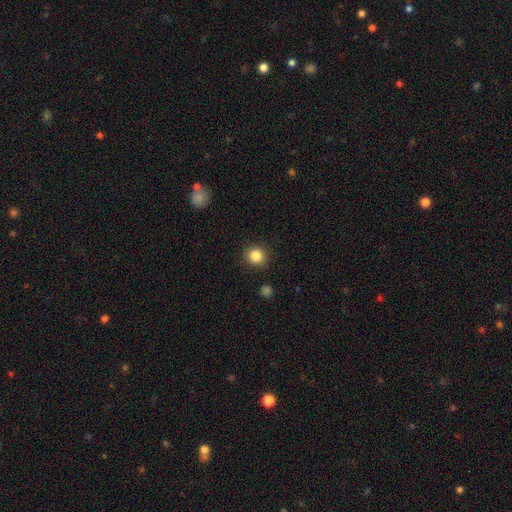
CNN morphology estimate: Q: Smooth or featured?
A: smooth (85%); runner-up: star or artifact (11%)
Q: How rounded?
A: round (91%); runner-up: in between (8%)
Q: Merging?
A: none (91%); runner-up: minor disturbance (6%)